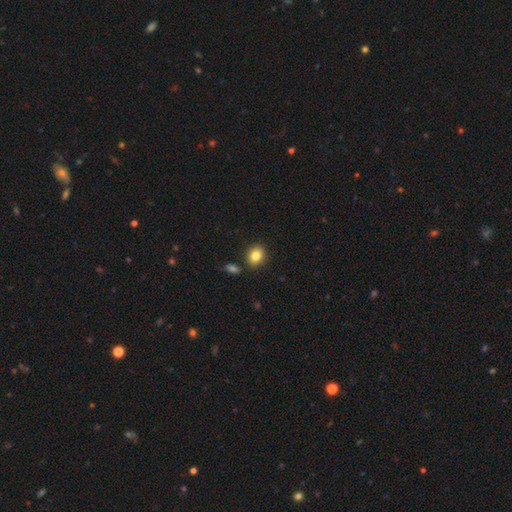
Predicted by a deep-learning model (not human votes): smooth-or-featured: smooth: 84% | star or artifact: 9% | featured or disk: 7%
  how-rounded: in between: 53% | round: 46% | cigar-shaped: 1%
  merging: none: 83% | minor disturbance: 9% | merger: 6% | major disturbance: 2%